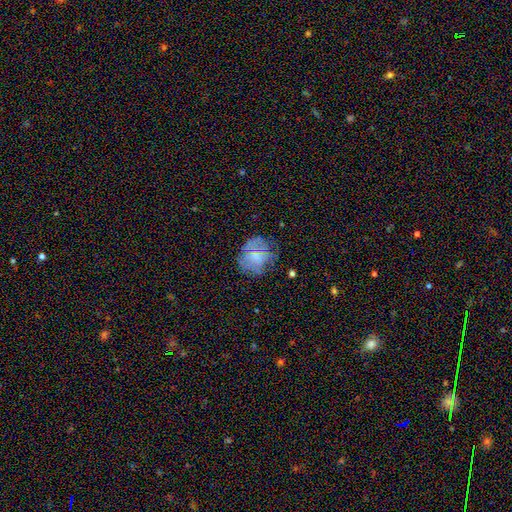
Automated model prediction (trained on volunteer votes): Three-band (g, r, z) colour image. It shows a smooth galaxy with no disk features (51%) that is round (70%). Merging: none (56%).